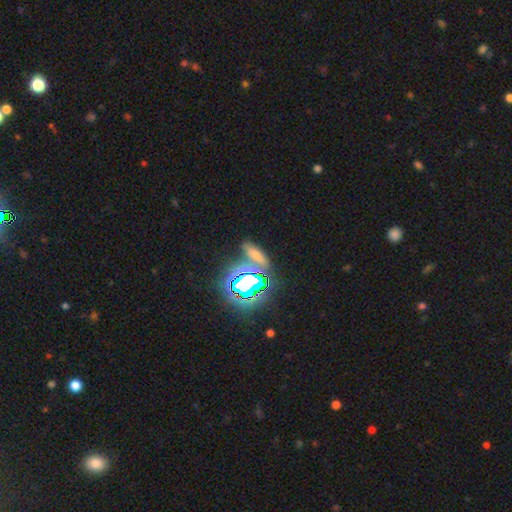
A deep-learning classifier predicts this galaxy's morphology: This appears to be a star or artifact, not a galaxy (45%).